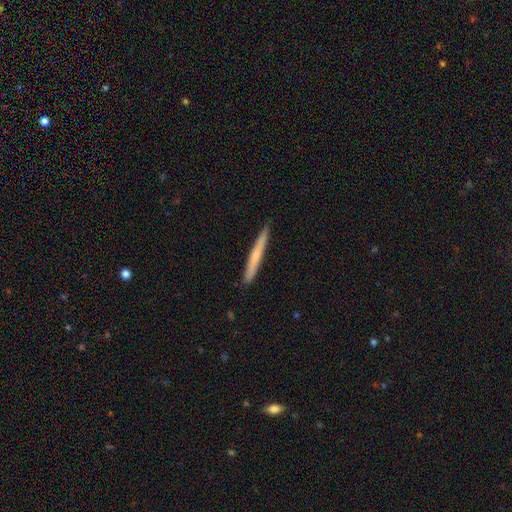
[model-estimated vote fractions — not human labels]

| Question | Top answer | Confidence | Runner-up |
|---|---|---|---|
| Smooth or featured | smooth | 55% | featured or disk (40%) |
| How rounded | cigar-shaped | 97% | in between (2%) |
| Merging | none | 91% | minor disturbance (7%) |